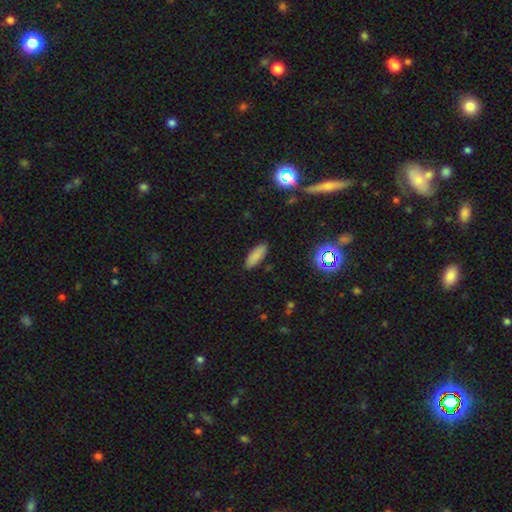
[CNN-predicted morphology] Overall: smooth (85%). How rounded: in between (70%). Merging: none (88%).